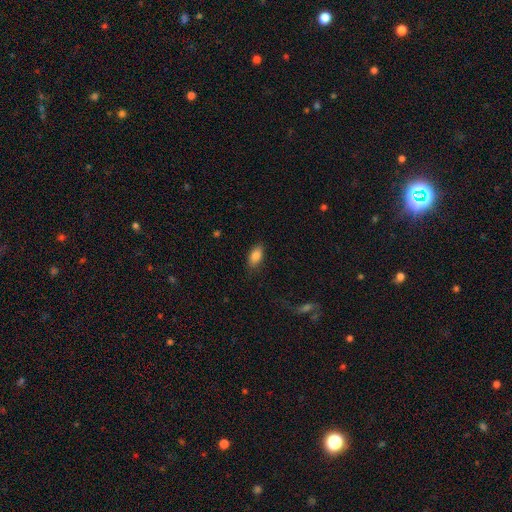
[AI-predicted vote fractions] Overall: smooth (85%). How rounded: in between (90%). Merging: none (83%).